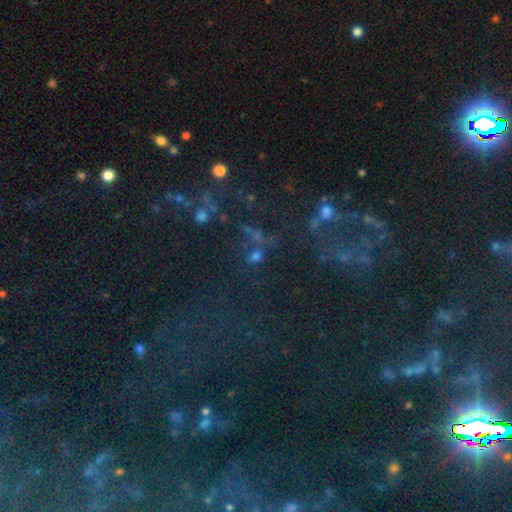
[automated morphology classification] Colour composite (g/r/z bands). It shows a star or artifact, not a galaxy (59%).